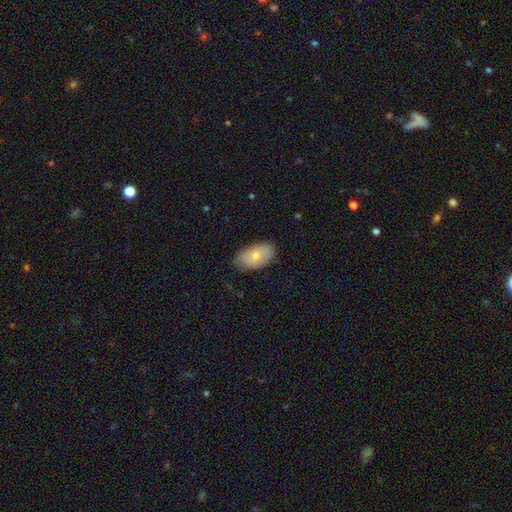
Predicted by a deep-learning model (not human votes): Overall: smooth (70%). How rounded: in between (93%). Merging: none (71%).